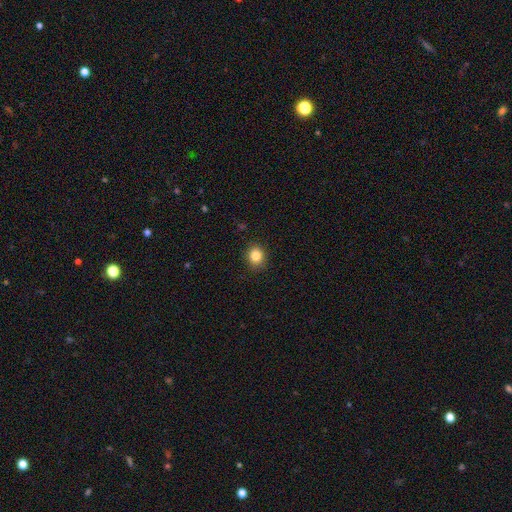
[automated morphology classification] This is clearly a smooth galaxy (85%). How rounded: likely round (76%). Merging: clearly none (89%).